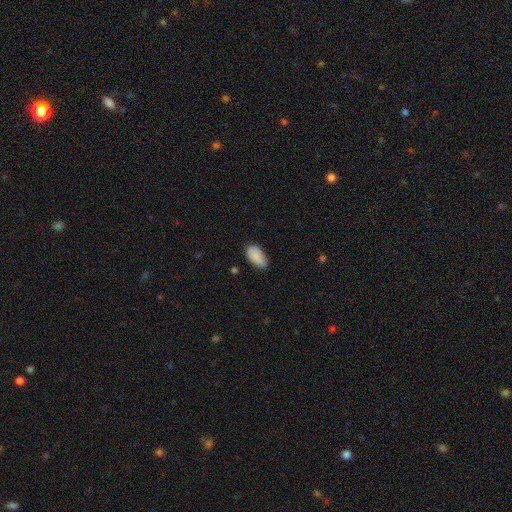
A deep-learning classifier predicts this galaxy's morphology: Overall: smooth (88%). How rounded: in between (94%). Merging: none (72%).